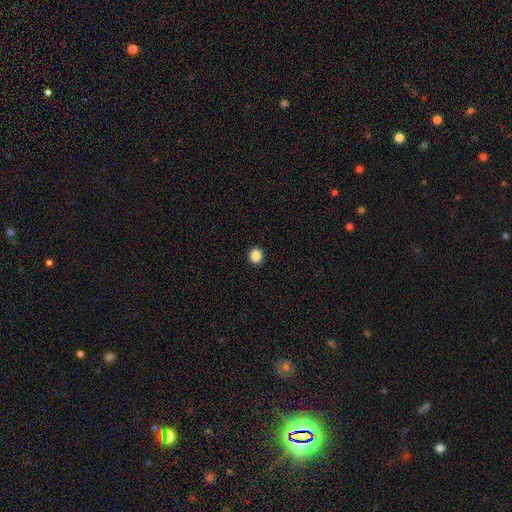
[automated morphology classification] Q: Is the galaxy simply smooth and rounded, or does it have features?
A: smooth — 86%.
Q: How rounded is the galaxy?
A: round — 90%.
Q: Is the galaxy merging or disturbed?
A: none — 94%.